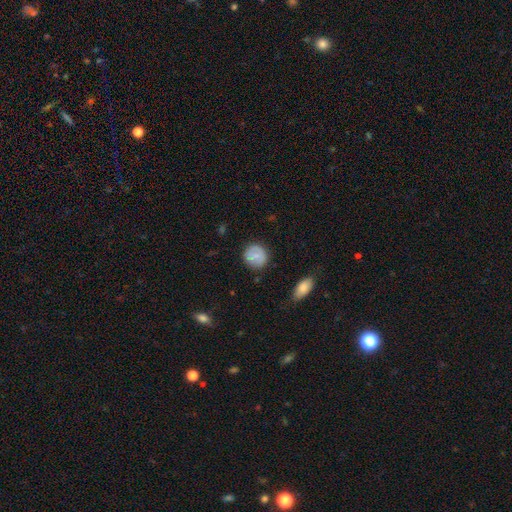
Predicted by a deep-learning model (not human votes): smooth-or-featured: smooth: 69% | featured or disk: 23% | star or artifact: 8%
  how-rounded: round: 85% | in between: 14% | cigar-shaped: 1%
  merging: none: 82% | minor disturbance: 13% | major disturbance: 3% | merger: 2%